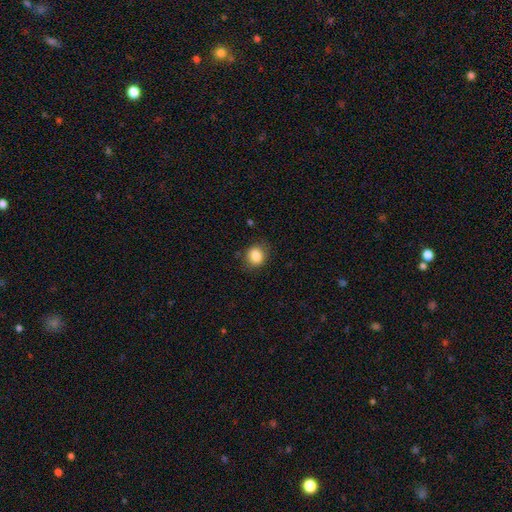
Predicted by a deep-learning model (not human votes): The model was most divided on "how rounded": round: 69%, in between: 30%, cigar-shaped: 1%. More confident: smooth or featured — smooth (85%); merging — none (81%).